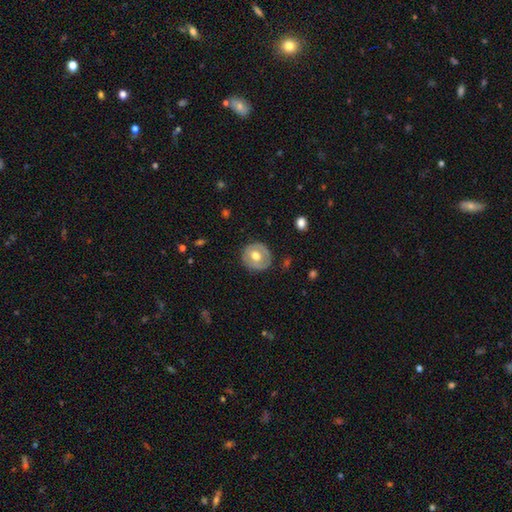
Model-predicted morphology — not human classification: Smooth or featured?
  - smooth: 55% *
  - featured or disk: 39%
  - star or artifact: 6%
How rounded?
  - round: 87% *
  - in between: 12%
  - cigar-shaped: 1%
Merging?
  - none: 83% *
  - minor disturbance: 12%
  - major disturbance: 3%
  - merger: 1%